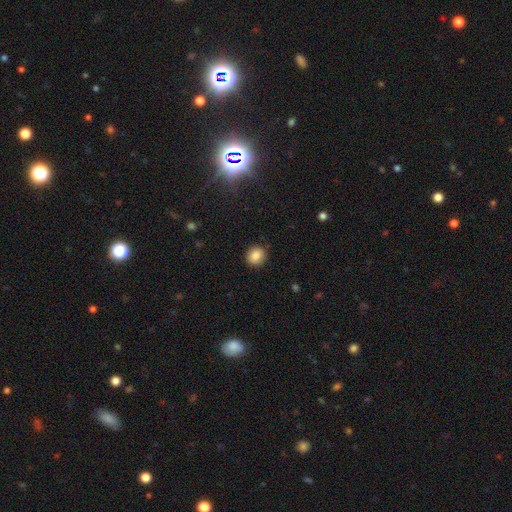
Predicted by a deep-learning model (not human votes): The model was most divided on "how rounded": round: 80%, in between: 19%, cigar-shaped: 1%. More confident: merging — none (88%); smooth or featured — smooth (87%).